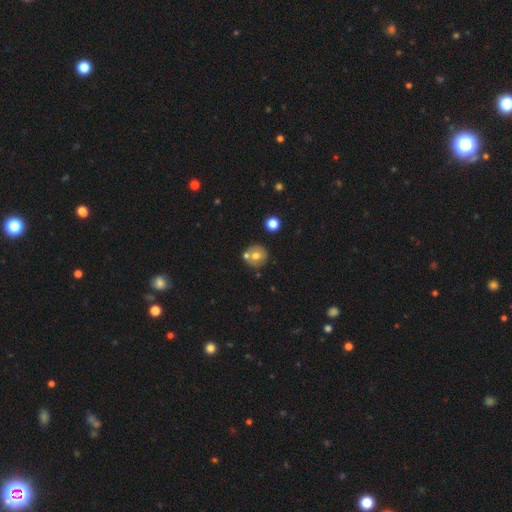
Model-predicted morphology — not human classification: smooth_or_featured: smooth (p=0.64) [alt: featured or disk p=0.25]
how_rounded: round (p=0.90) [alt: in between p=0.09]
merging: none (p=0.66) [alt: merger p=0.22]